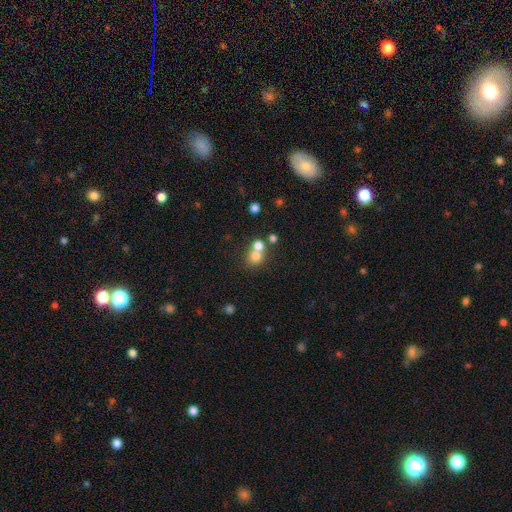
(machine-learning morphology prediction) Smooth or featured: smooth — 73% (star or artifact — 14%)
How rounded: round — 81% (in between — 18%)
Merging: merger — 49% (none — 41%)